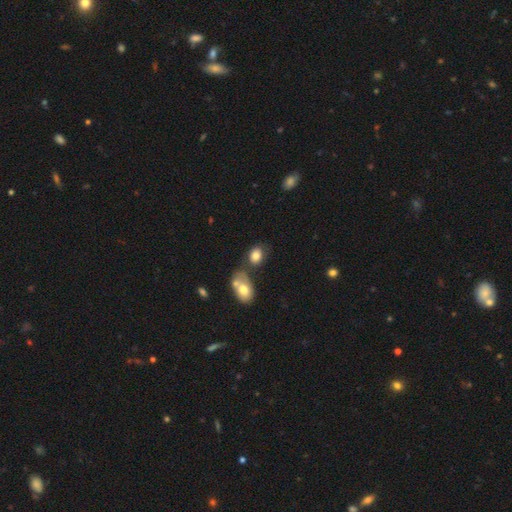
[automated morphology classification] smooth 79%, featured or disk 12%, star or artifact 9%. Down the decision tree: how rounded — in between (71%); merging — none (52%).